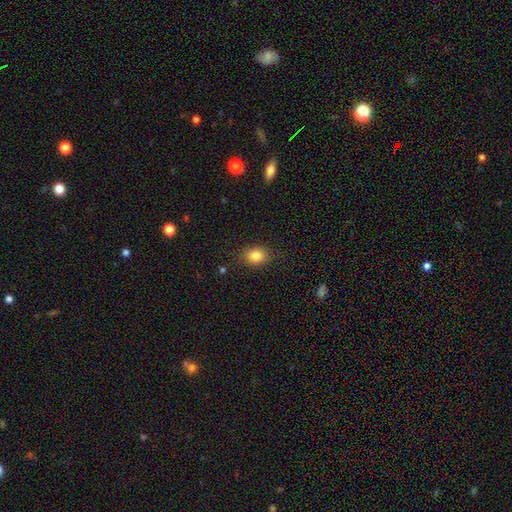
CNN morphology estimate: Smooth or featured? Predicted: smooth (p=0.82). How rounded? Predicted: in between (p=0.57). Merging? Predicted: none (p=0.85).